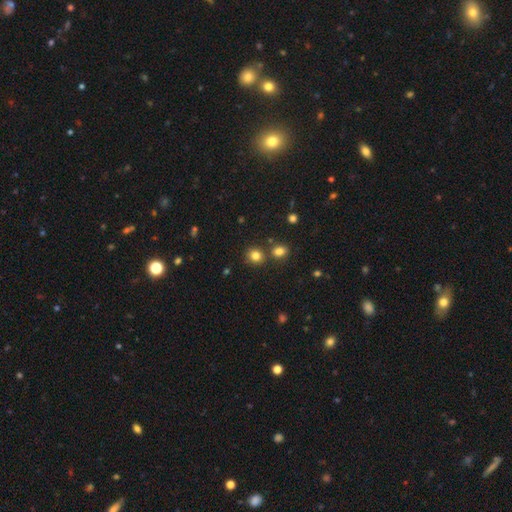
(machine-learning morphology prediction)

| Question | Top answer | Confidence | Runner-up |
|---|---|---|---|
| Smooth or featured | smooth | 81% | star or artifact (13%) |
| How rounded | round | 85% | in between (15%) |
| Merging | none | 77% | merger (13%) |